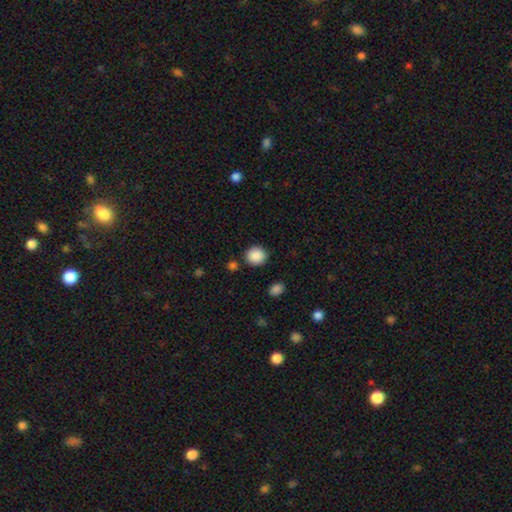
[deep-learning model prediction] Smooth or featured? Predicted: smooth (p=0.89). How rounded? Predicted: round (p=0.86). Merging? Predicted: none (p=0.87).